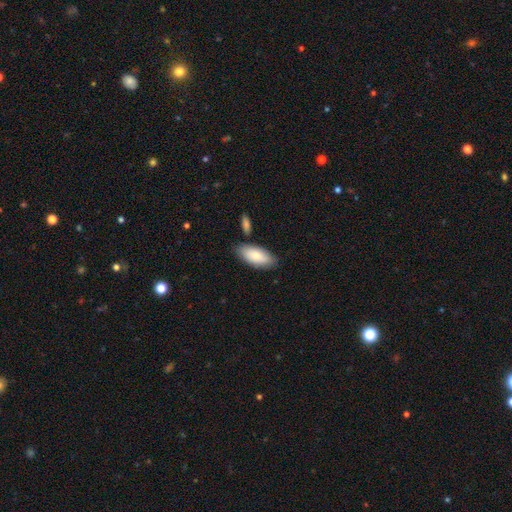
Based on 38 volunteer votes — smooth_or_featured: smooth (p=0.76) [alt: featured or disk p=0.21]
how_rounded: in between (p=0.93) [alt: round p=0.03]
merging: none (p=0.76) [alt: merger p=0.14]